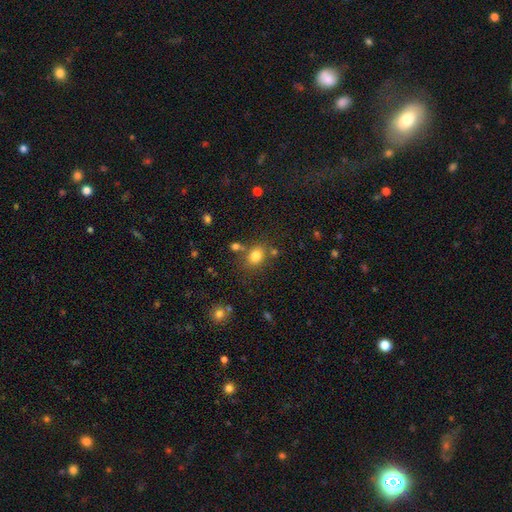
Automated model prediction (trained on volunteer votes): This appears to be a smooth galaxy with no disk features (80%) that is in between round and cigar-shaped (54%). Merging: none (69%).